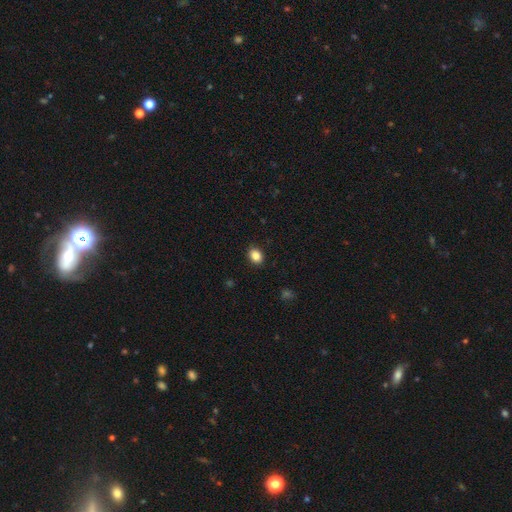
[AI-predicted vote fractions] smooth_or_featured: smooth (p=0.87) [alt: star or artifact p=0.09]
how_rounded: in between (p=0.64) [alt: round p=0.35]
merging: none (p=0.89) [alt: minor disturbance p=0.08]